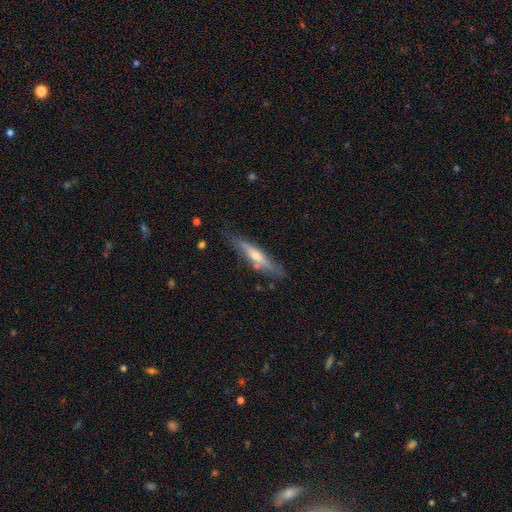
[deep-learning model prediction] smooth-or-featured: featured or disk: 52% | smooth: 42% | star or artifact: 6%
  disk-edge-on: yes: 86% | no: 14%
  merging: none: 75% | minor disturbance: 18% | major disturbance: 4% | merger: 3%